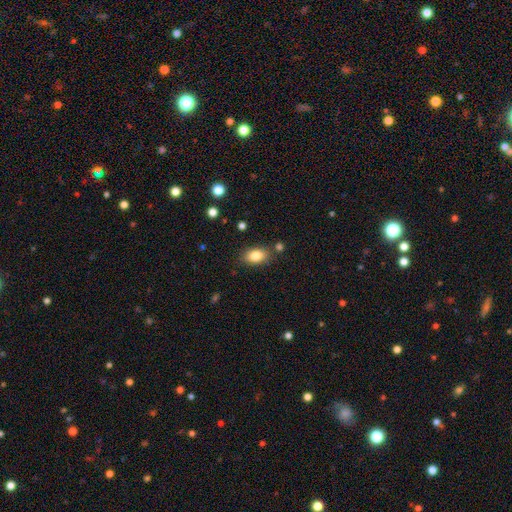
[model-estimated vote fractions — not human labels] smooth-or-featured: smooth: 84% | star or artifact: 8% | featured or disk: 8%
  how-rounded: in between: 88% | round: 9% | cigar-shaped: 2%
  merging: none: 81% | minor disturbance: 12% | merger: 5% | major disturbance: 3%